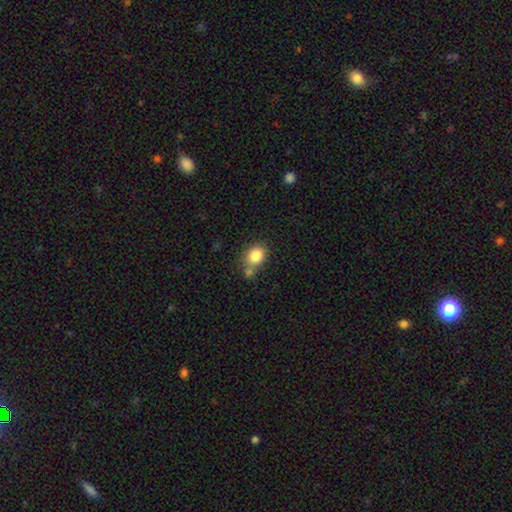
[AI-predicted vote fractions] Smooth or featured? smooth (83%)
How rounded? round (50%)
Merging? none (56%)